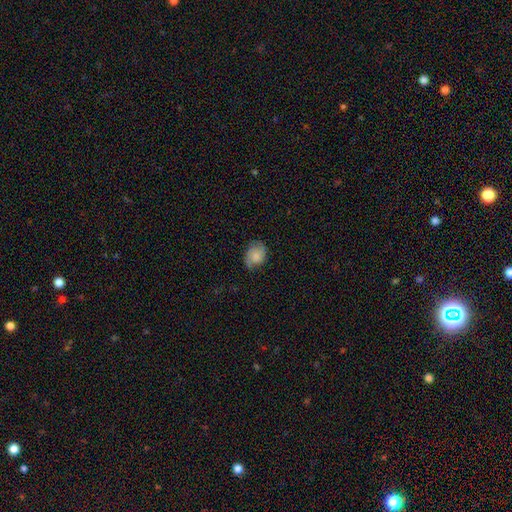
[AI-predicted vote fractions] Q: Smooth or featured?
A: smooth (62%); runner-up: featured or disk (30%)
Q: How rounded?
A: in between (62%); runner-up: round (37%)
Q: Merging?
A: none (65%); runner-up: minor disturbance (25%)